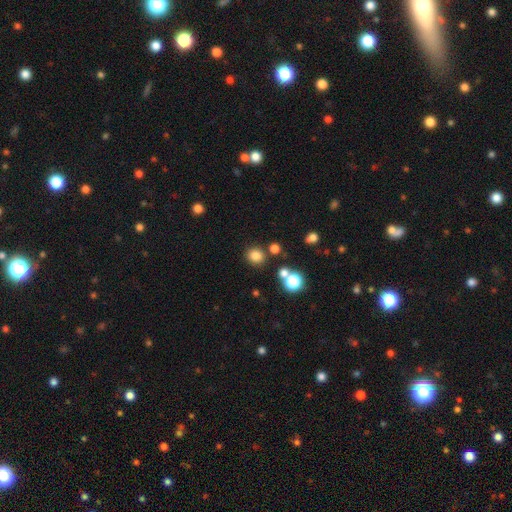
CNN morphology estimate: This appears to be a smooth galaxy with no disk features (79%) that is round (85%). Merging: none (82%).